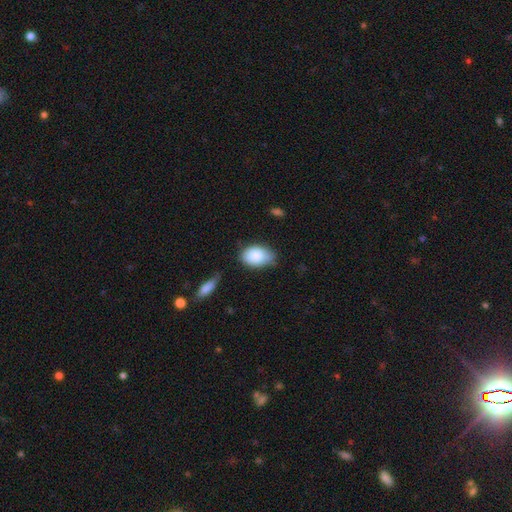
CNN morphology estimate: A smooth galaxy with no disk features (85%) that is in between round and cigar-shaped (88%). Merging: none (62%).